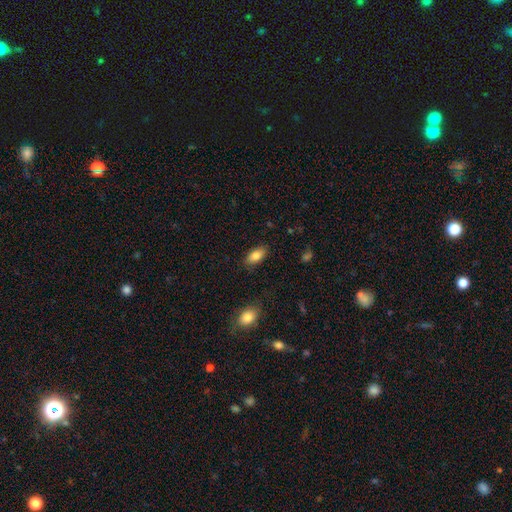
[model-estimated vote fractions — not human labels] A smooth galaxy with no disk features (84%) that is in between round and cigar-shaped (89%).

Vote fractions:
- Smooth or featured? smooth: 84% / featured or disk: 9% / star or artifact: 7%
- How rounded? in between: 89% / cigar-shaped: 7% / round: 3%
- Merging? none: 86% / minor disturbance: 11% / major disturbance: 2% / merger: 1%